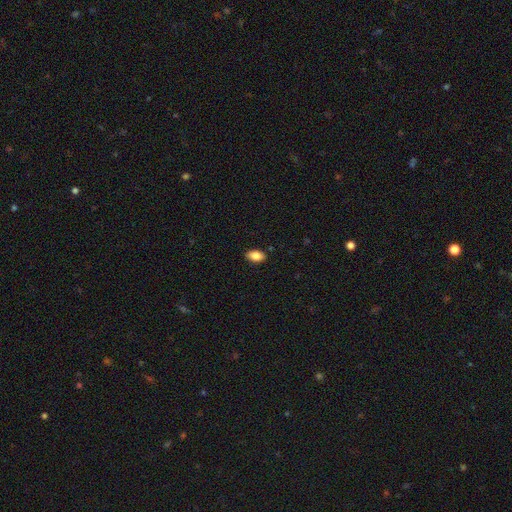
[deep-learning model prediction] smooth 85%, star or artifact 8%, featured or disk 7%. Down the decision tree: how rounded — in between (92%); merging — none (89%).